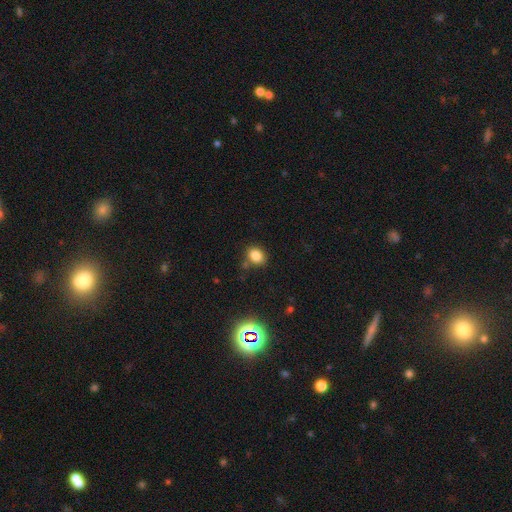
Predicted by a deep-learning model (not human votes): This is clearly a smooth galaxy (81%). How rounded: possibly round (51%). Merging: likely none (76%).